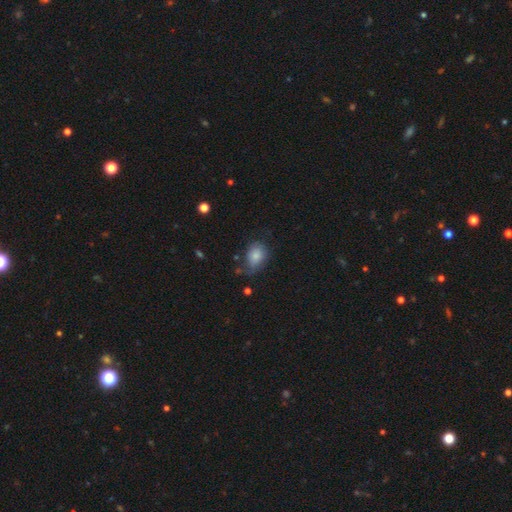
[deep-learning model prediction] Overall: smooth (79%). How rounded: in between (64%; round 35%). Merging: none (50%; minor disturbance 33%).